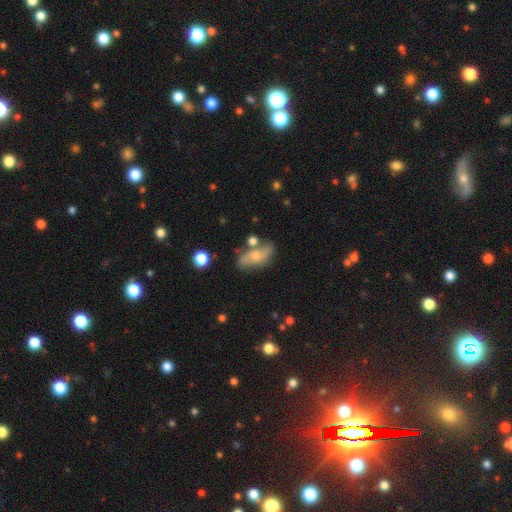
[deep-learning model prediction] This appears to be a featured or disk galaxy (52%). Merging: none (60%).